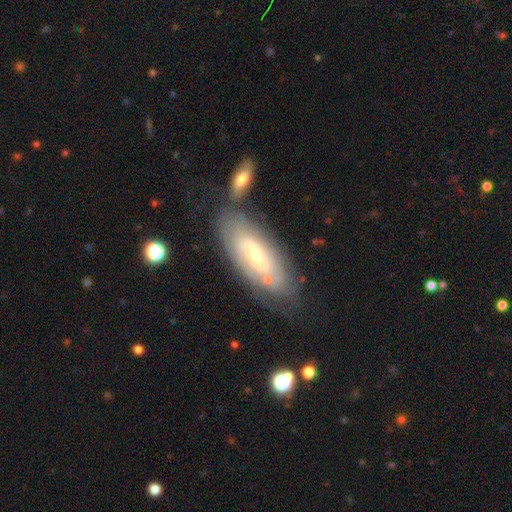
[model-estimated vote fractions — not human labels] A featured or disk galaxy (64%) with no bar (60%), spiral arms (76%) and a small central bulge (59%). Merging: none (66%).